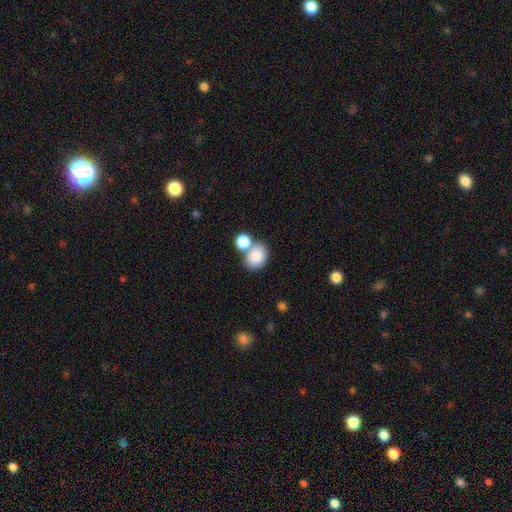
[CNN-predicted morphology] Smooth or featured? smooth (84%)
How rounded? in between (58%)
Merging? none (43%, tied with merger)